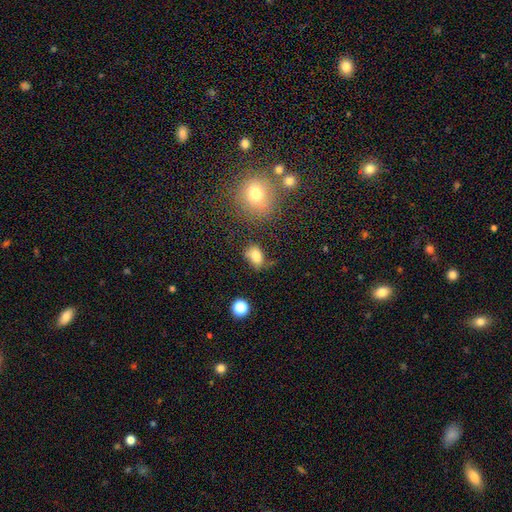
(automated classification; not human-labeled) Q: Smooth or featured?
A: smooth (78%); runner-up: star or artifact (12%)
Q: How rounded?
A: in between (73%); runner-up: round (25%)
Q: Merging?
A: none (49%); runner-up: minor disturbance (28%)